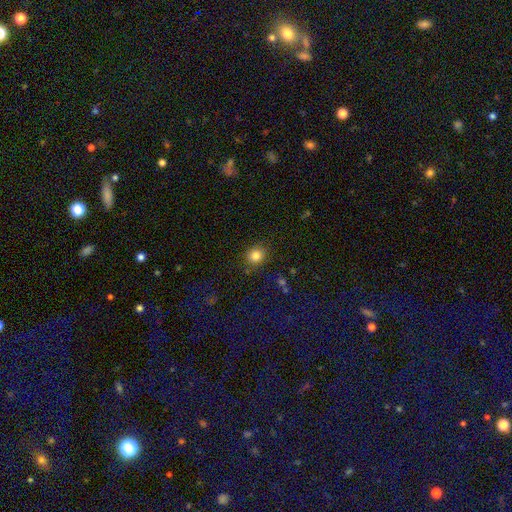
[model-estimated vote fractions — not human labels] Smooth or featured: smooth — 82% (star or artifact — 12%)
How rounded: round — 76% (in between — 24%)
Merging: none — 84% (minor disturbance — 11%)